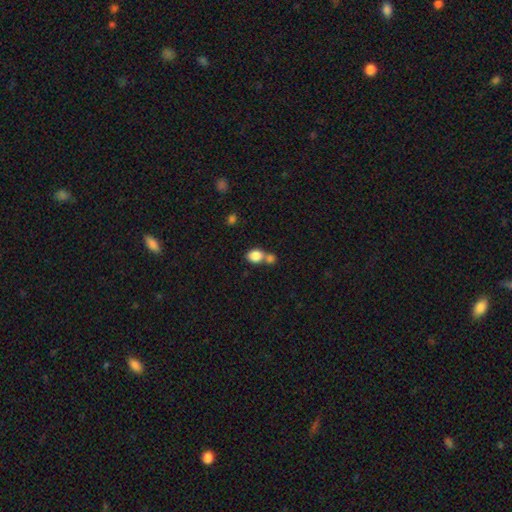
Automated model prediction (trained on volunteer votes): This is clearly a smooth galaxy (84%). How rounded: possibly round (50%). Merging: possibly merger (51%).